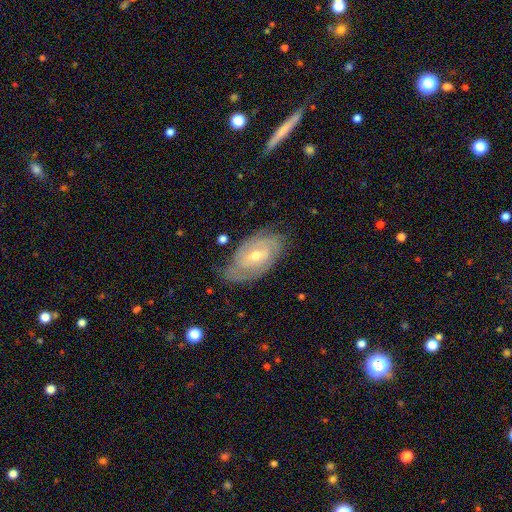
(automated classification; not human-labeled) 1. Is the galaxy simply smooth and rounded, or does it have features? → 82% featured or disk, 13% smooth, 6% star or artifact.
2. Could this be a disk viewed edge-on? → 95% no, 5% yes.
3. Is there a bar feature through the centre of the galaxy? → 44% weak, 43% no, 13% strong.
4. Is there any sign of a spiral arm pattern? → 93% yes, 7% no.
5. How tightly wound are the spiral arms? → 66% tight, 27% medium, 7% loose.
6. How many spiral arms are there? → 44% 2, 29% can't tell, 15% 3, 5% 4, 4% 1, 3% more than 4.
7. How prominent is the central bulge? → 54% moderate, 43% small, 1% large, 1% none, 1% dominant.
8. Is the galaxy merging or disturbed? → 70% none, 22% minor disturbance, 7% major disturbance, 2% merger.